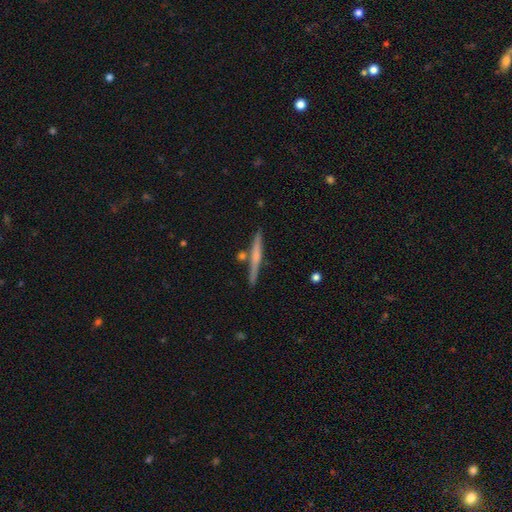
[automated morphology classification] Smooth or featured?
  - featured or disk: 52% *
  - smooth: 42%
  - star or artifact: 6%
Edge-on disk?
  - yes: 97% *
  - no: 3%
Edge-on bulge?
  - none: 47% *
  - rounded: 43%
  - boxy: 10%
Merging?
  - none: 83% *
  - minor disturbance: 9%
  - merger: 6%
  - major disturbance: 2%